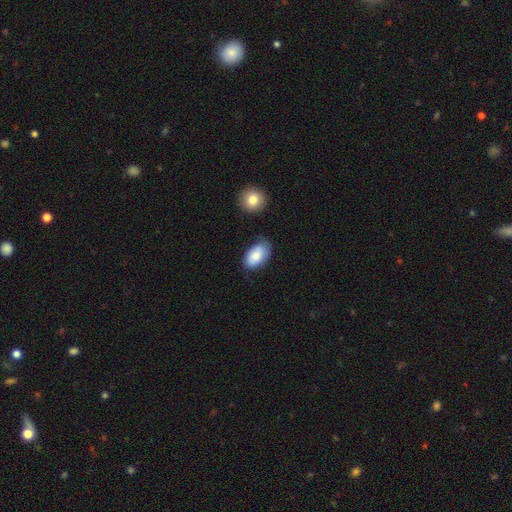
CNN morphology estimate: smooth-or-featured: smooth: 83% | featured or disk: 11% | star or artifact: 6%
  how-rounded: in between: 93% | round: 6% | cigar-shaped: 1%
  merging: none: 61% | minor disturbance: 27% | major disturbance: 6% | merger: 6%